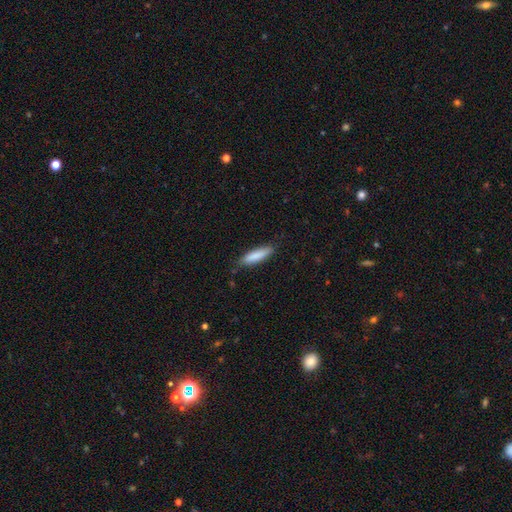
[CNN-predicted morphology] smooth-or-featured: smooth: 85% | featured or disk: 10% | star or artifact: 6%
  how-rounded: cigar-shaped: 73% | in between: 26% | round: 1%
  merging: none: 84% | minor disturbance: 12% | major disturbance: 2% | merger: 1%